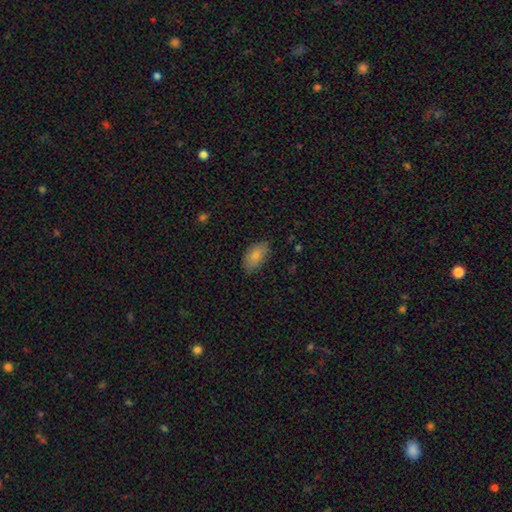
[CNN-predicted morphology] smooth_or_featured: smooth (p=0.82) [alt: featured or disk p=0.11]
how_rounded: in between (p=0.93) [alt: round p=0.04]
merging: none (p=0.83) [alt: minor disturbance p=0.14]